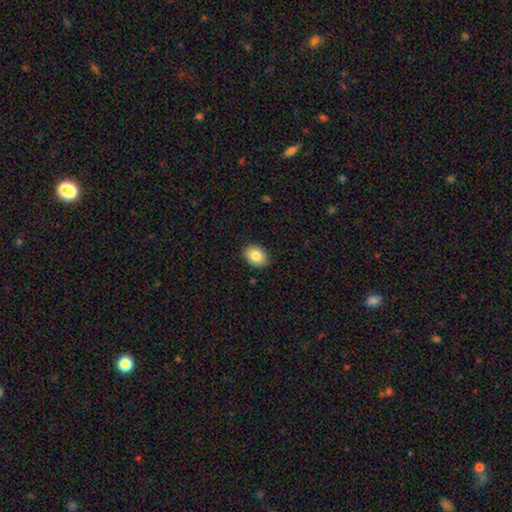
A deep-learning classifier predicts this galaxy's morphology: This is clearly a smooth galaxy (84%). How rounded: likely in between (64%). Merging: clearly none (88%).